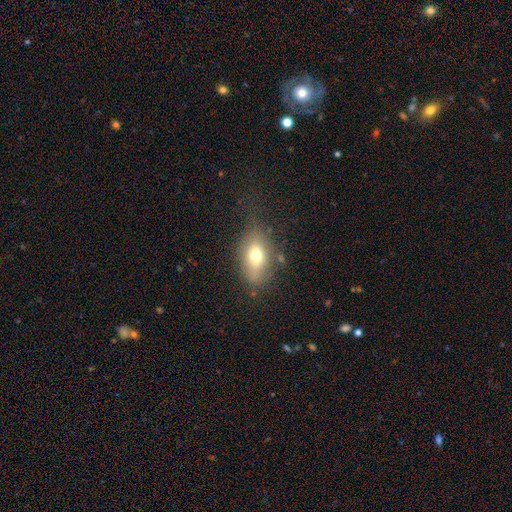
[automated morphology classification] Smooth or featured? smooth (70%)
How rounded? in between (84%)
Merging? none (64%)